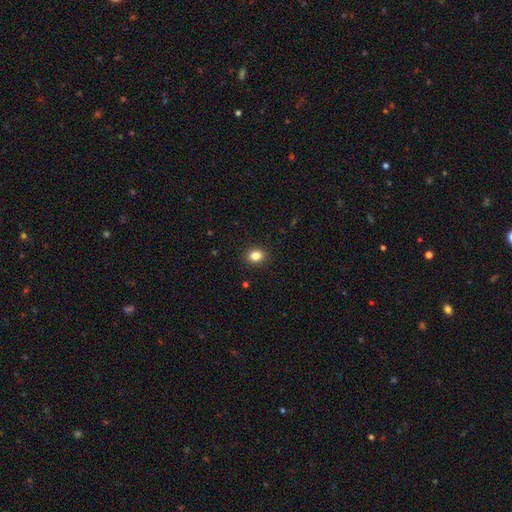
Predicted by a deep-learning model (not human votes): Smooth or featured: smooth — 84% (star or artifact — 11%)
How rounded: round — 51% (in between — 48%)
Merging: none — 91% (minor disturbance — 6%)